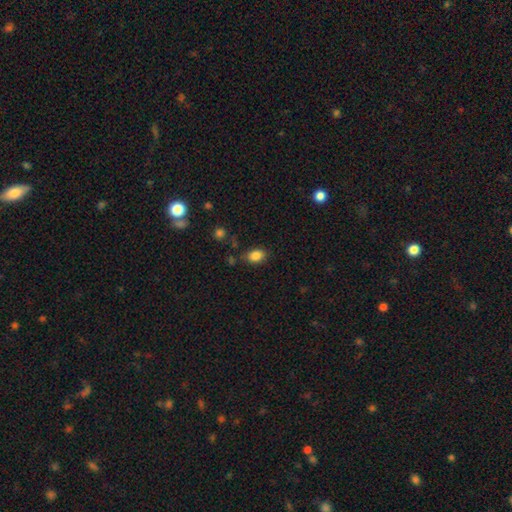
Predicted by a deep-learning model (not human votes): Morphology: type=smooth (85%); roundness=in between (78%); merging=none (78%).